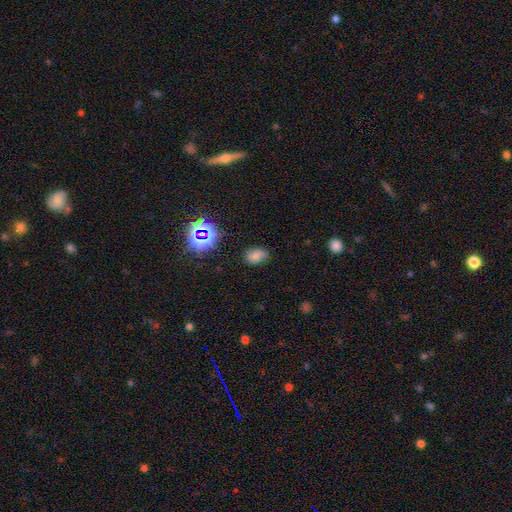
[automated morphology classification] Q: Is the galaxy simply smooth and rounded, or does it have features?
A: smooth — 61%.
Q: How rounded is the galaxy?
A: in between — 73%.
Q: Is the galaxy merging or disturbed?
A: none — 73%.